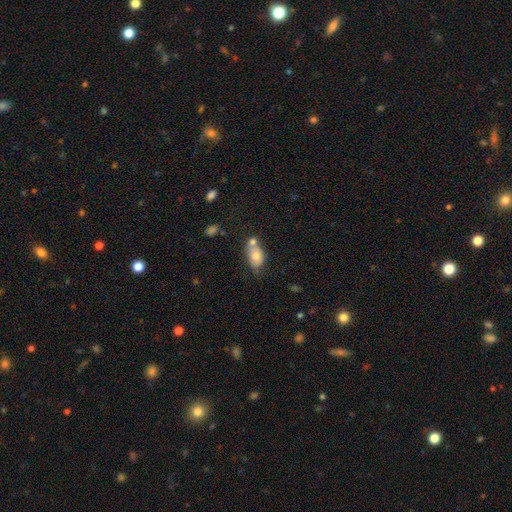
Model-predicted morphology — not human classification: smooth-or-featured: smooth: 70% | featured or disk: 22% | star or artifact: 8%
  how-rounded: in between: 86% | round: 11% | cigar-shaped: 3%
  merging: none: 38% | merger: 37% | minor disturbance: 18% | major disturbance: 6%